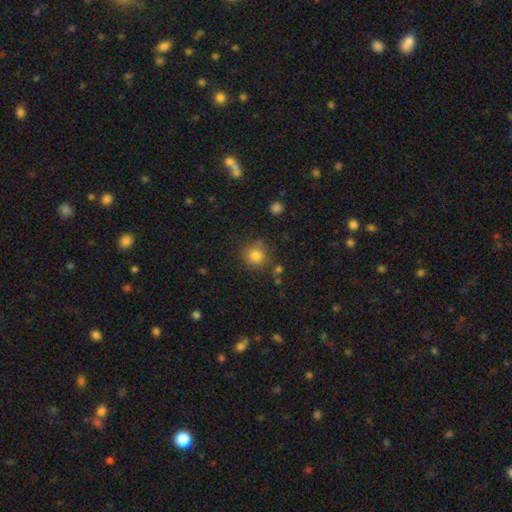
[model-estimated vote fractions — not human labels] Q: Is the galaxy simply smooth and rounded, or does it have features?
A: smooth — 82%.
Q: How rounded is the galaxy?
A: round — 88%.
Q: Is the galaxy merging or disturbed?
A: none — 75%.